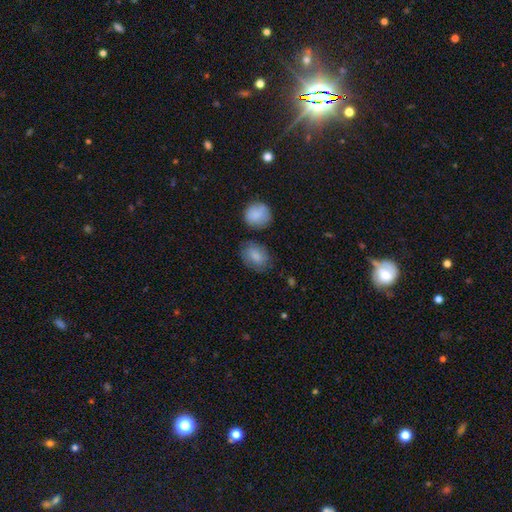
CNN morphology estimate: smooth-or-featured: smooth: 83% | featured or disk: 10% | star or artifact: 7%
  how-rounded: in between: 71% | round: 28% | cigar-shaped: 1%
  merging: none: 72% | minor disturbance: 17% | merger: 5% | major disturbance: 5%